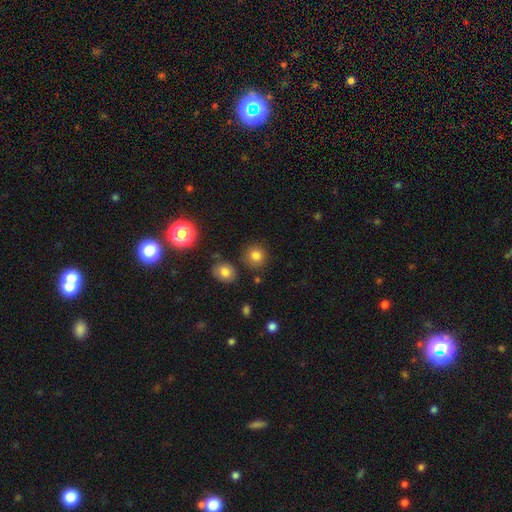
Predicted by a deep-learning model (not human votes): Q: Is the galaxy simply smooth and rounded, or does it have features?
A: smooth — 82%.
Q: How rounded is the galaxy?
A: round — 89%.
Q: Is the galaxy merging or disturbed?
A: none — 84%.